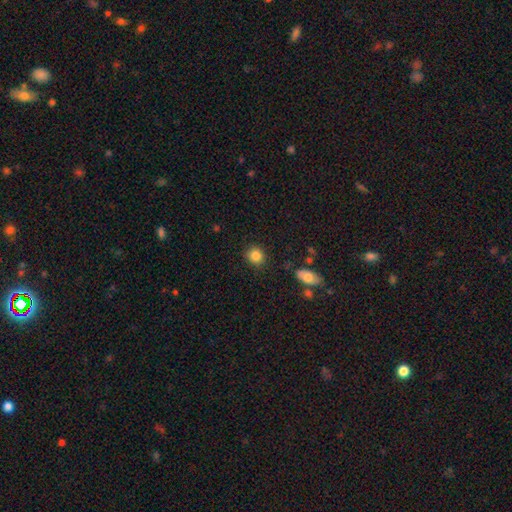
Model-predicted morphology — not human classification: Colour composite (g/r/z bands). It shows a smooth galaxy with no disk features (85%) that is round (80%). Merging: none (85%).